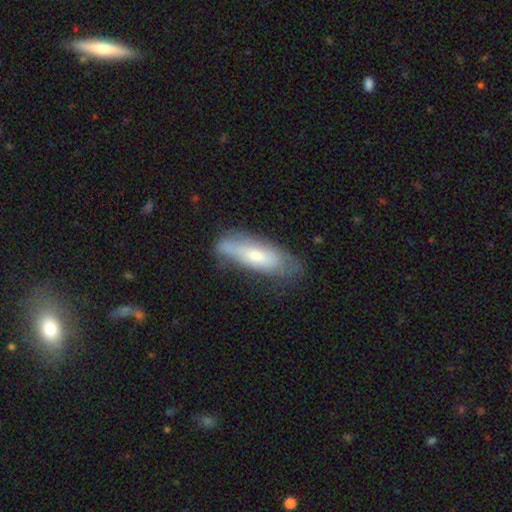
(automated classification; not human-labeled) This is possibly a smooth galaxy (56%). How rounded: possibly in between (55%). Merging: possibly none (56%).